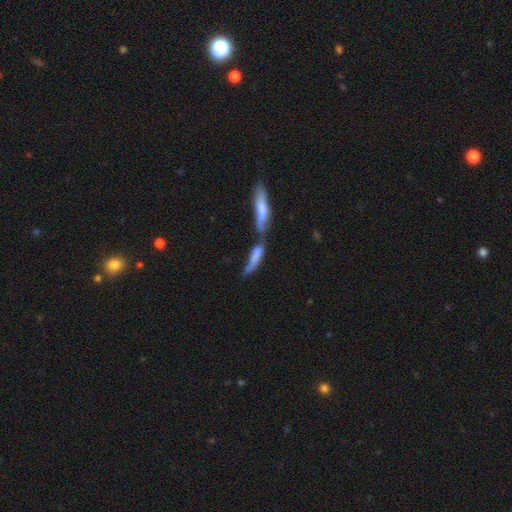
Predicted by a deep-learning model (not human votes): smooth_or_featured: smooth (p=0.65) [alt: featured or disk p=0.27]
how_rounded: cigar-shaped (p=0.71) [alt: in between p=0.27]
merging: merger (p=0.65) [alt: none p=0.18]